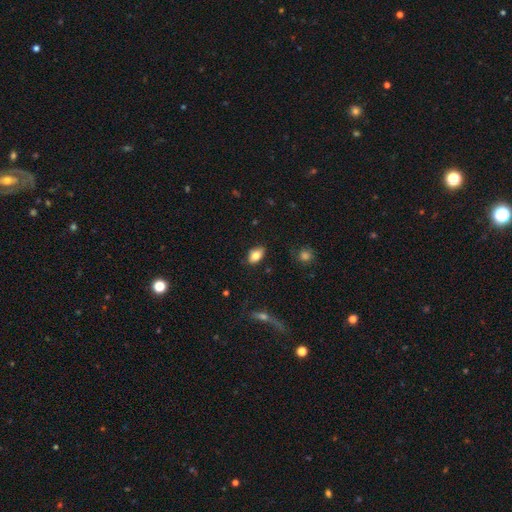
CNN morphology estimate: Overall: smooth (80%). How rounded: in between (88%). Merging: none (82%).